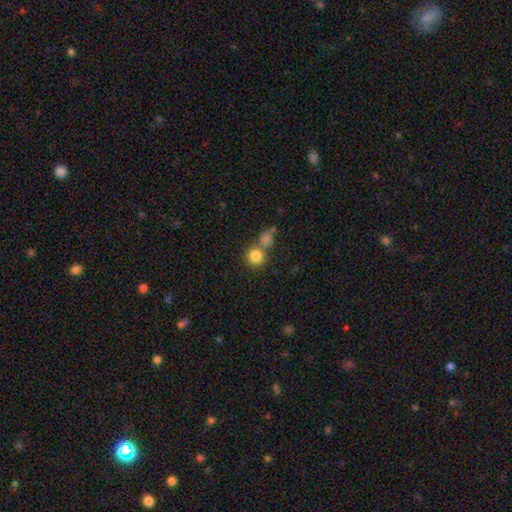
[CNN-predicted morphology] Overall: smooth (83%). How rounded: round (89%). Merging: none (55%; merger 34%).